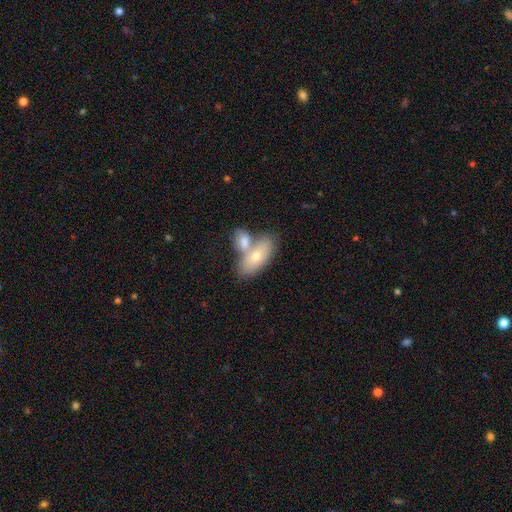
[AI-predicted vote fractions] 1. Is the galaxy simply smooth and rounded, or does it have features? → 70% smooth, 25% featured or disk, 6% star or artifact.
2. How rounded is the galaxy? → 85% in between, 10% cigar-shaped, 4% round.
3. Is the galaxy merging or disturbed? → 53% merger, 35% none, 9% minor disturbance, 3% major disturbance.